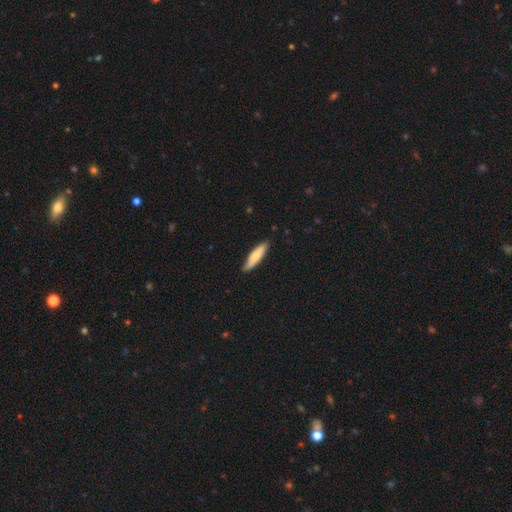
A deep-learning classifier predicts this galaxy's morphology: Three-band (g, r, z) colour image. It shows a smooth galaxy with no disk features (74%) that is cigar-shaped (74%). Merging: none (85%).